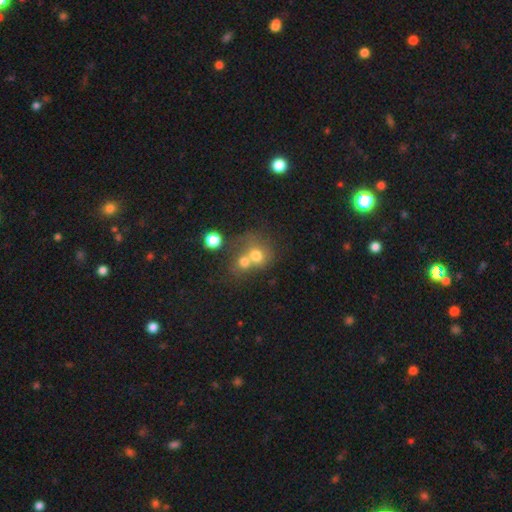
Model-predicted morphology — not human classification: smooth 70%, featured or disk 17%, star or artifact 12%. Down the decision tree: how rounded — round (72%); merging — merger (62%).